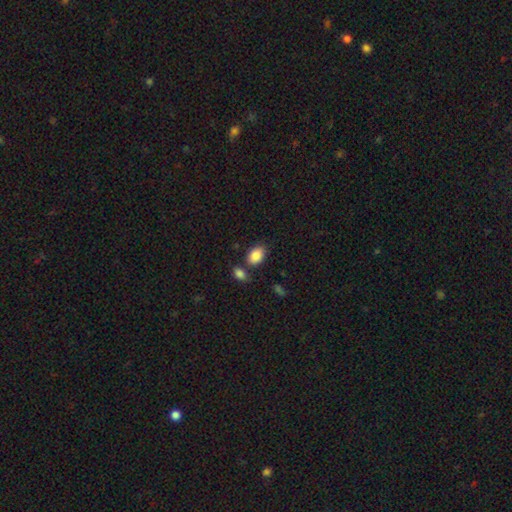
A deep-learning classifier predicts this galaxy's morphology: Overall: smooth (87%). How rounded: in between (84%). Merging: none (69%).